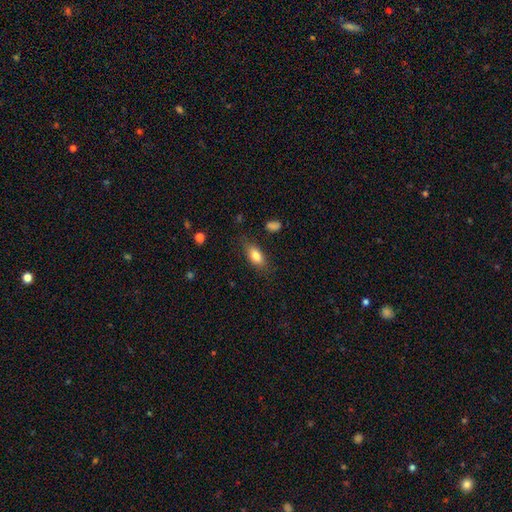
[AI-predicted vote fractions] Smooth or featured: smooth — 79% (featured or disk — 13%)
How rounded: in between — 83% (cigar-shaped — 11%)
Merging: none — 79% (minor disturbance — 16%)